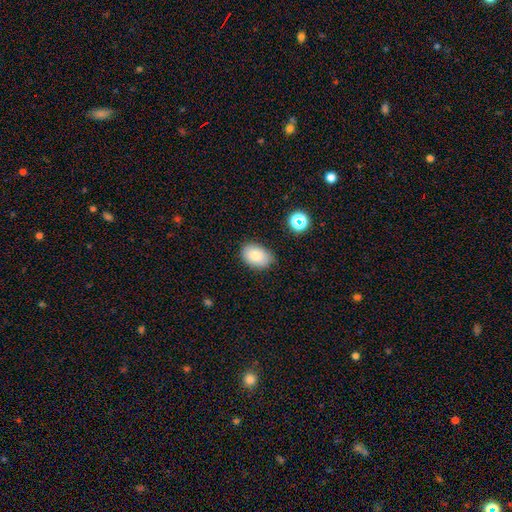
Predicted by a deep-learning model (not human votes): Overall: smooth (81%). How rounded: in between (81%). Merging: none (78%).